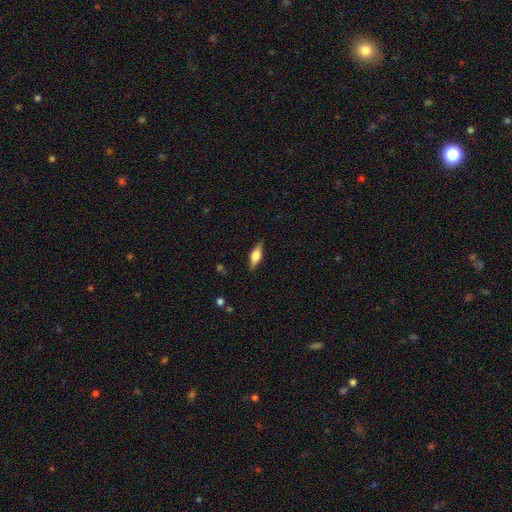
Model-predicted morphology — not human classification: type=featured or disk (47%); merging=none (85%).